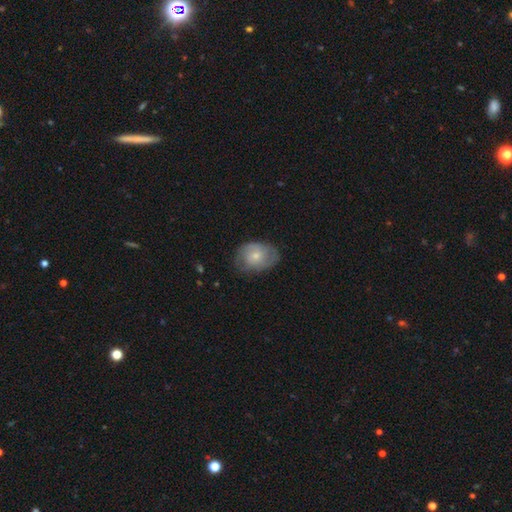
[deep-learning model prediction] smooth-or-featured: smooth: 58% | featured or disk: 35% | star or artifact: 7%
  how-rounded: in between: 68% | round: 31% | cigar-shaped: 1%
  merging: none: 65% | minor disturbance: 26% | major disturbance: 8% | merger: 1%